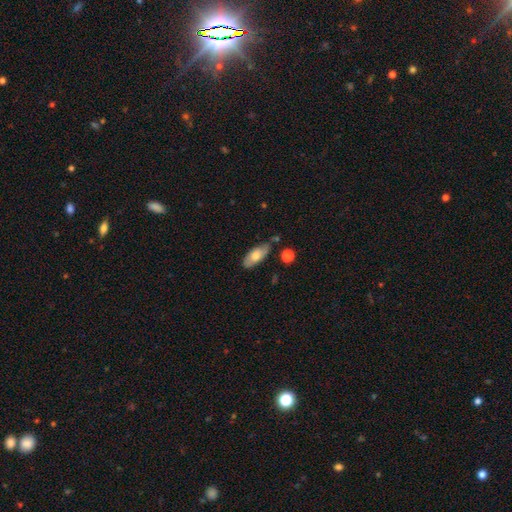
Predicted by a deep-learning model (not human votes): Smooth or featured?
  - smooth: 67% *
  - featured or disk: 26%
  - star or artifact: 6%
How rounded?
  - in between: 83% *
  - cigar-shaped: 15%
  - round: 3%
Merging?
  - none: 66% *
  - minor disturbance: 23%
  - merger: 6%
  - major disturbance: 5%